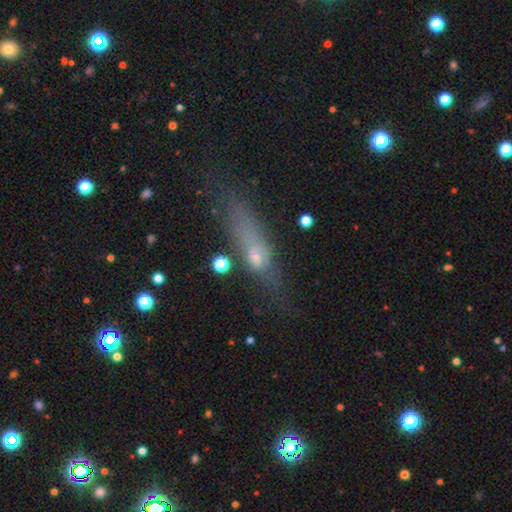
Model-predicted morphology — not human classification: Smooth or featured: smooth — 51% (featured or disk — 30%)
How rounded: cigar-shaped — 66% (in between — 28%)
Merging: none — 56% (minor disturbance — 24%)